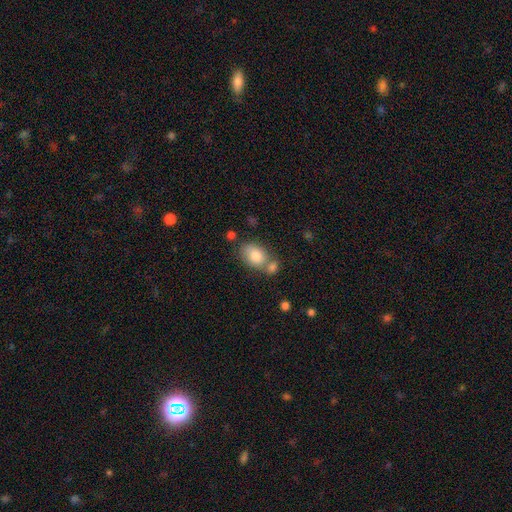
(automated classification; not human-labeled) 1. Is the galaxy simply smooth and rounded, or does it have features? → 81% smooth, 11% featured or disk, 8% star or artifact.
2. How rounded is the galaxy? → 75% in between, 24% round, 1% cigar-shaped.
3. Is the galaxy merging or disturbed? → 48% none, 32% merger, 15% minor disturbance, 5% major disturbance.